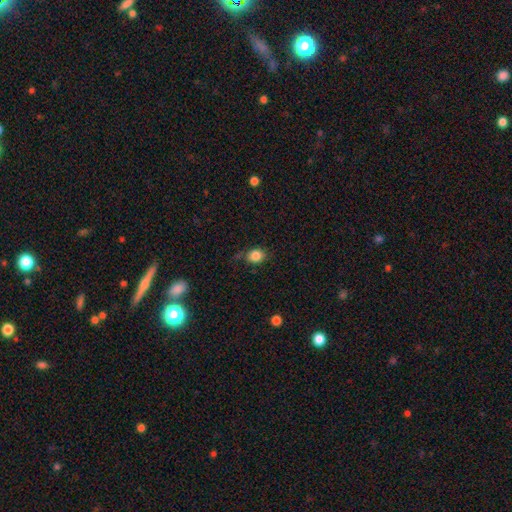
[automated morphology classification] smooth_or_featured: smooth (p=0.83) [alt: star or artifact p=0.10]
how_rounded: round (p=0.60) [alt: in between p=0.39]
merging: none (p=0.68) [alt: minor disturbance p=0.22]